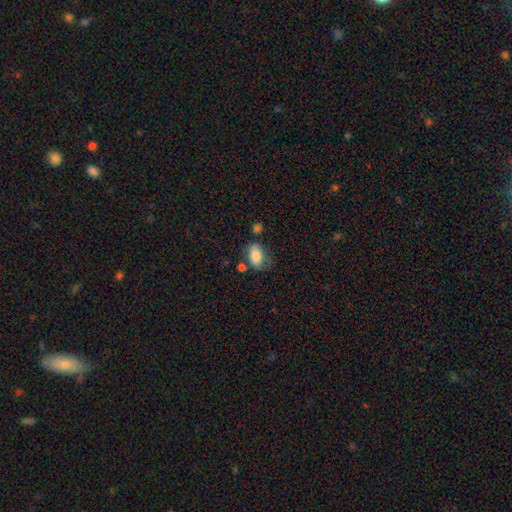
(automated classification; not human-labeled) A smooth galaxy with no disk features (83%) that is in between round and cigar-shaped (90%).

Vote fractions:
- Smooth or featured? smooth: 83% / featured or disk: 10% / star or artifact: 8%
- How rounded? in between: 90% / round: 8% / cigar-shaped: 2%
- Merging? none: 56% / minor disturbance: 24% / merger: 10% / major disturbance: 9%